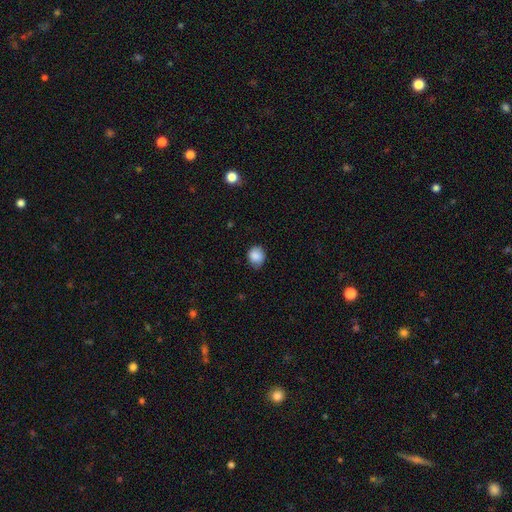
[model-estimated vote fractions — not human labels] Smooth or featured? smooth (87%)
How rounded? round (70%)
Merging? none (74%)